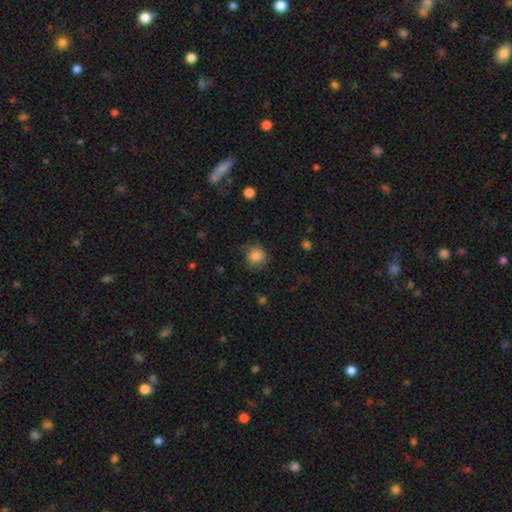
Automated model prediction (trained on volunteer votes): A smooth galaxy with no disk features (85%) that is round (84%).

Vote fractions:
- Smooth or featured? smooth: 85% / star or artifact: 10% / featured or disk: 5%
- How rounded? round: 84% / in between: 15% / cigar-shaped: 1%
- Merging? none: 74% / minor disturbance: 19% / major disturbance: 6% / merger: 1%